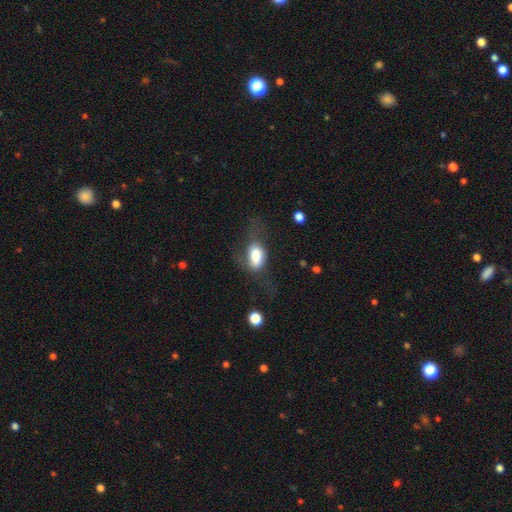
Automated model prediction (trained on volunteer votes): Smooth or featured?
  - smooth: 76% *
  - featured or disk: 16%
  - star or artifact: 8%
How rounded?
  - in between: 88% *
  - round: 8%
  - cigar-shaped: 4%
Merging?
  - none: 36% *
  - major disturbance: 35%
  - minor disturbance: 26%
  - merger: 3%